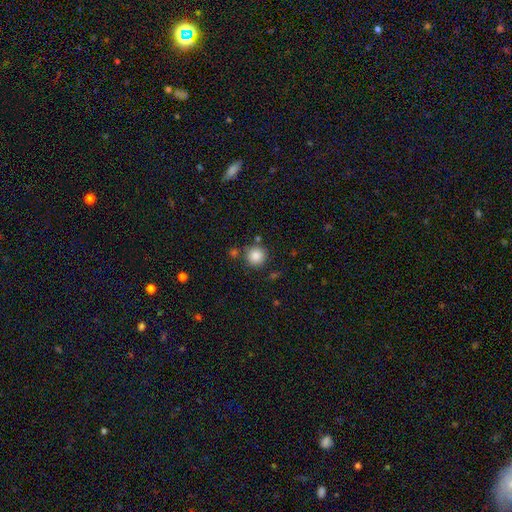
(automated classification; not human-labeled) Smooth or featured: smooth — 86% (star or artifact — 10%)
How rounded: round — 94% (in between — 5%)
Merging: none — 81% (minor disturbance — 9%)